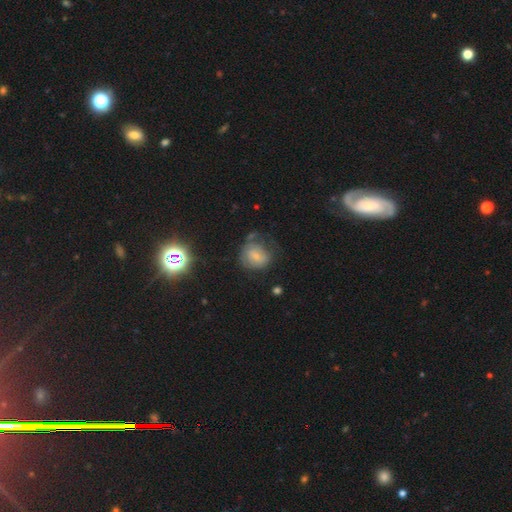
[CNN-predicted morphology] smooth 57%, featured or disk 32%, star or artifact 12%. Down the decision tree: how rounded — round (69%); merging — none (45%).